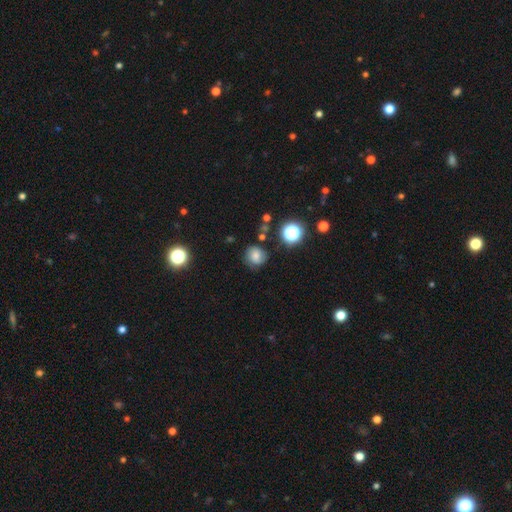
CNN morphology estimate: smooth_or_featured: smooth (p=0.69) [alt: star or artifact p=0.16]
how_rounded: round (p=0.84) [alt: in between p=0.15]
merging: none (p=0.74) [alt: minor disturbance p=0.17]